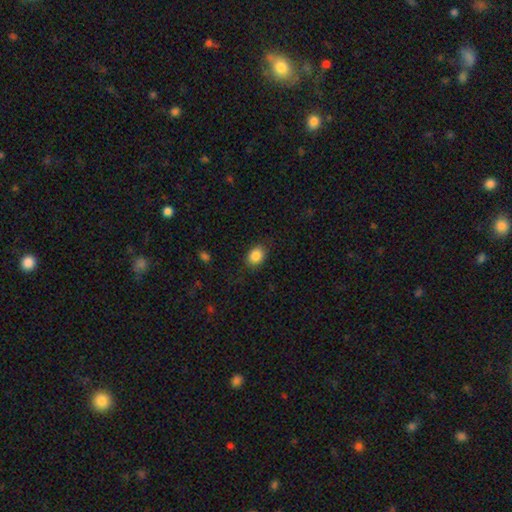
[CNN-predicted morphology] Q: Smooth or featured?
A: smooth (86%); runner-up: star or artifact (8%)
Q: How rounded?
A: in between (62%); runner-up: round (37%)
Q: Merging?
A: none (81%); runner-up: minor disturbance (14%)